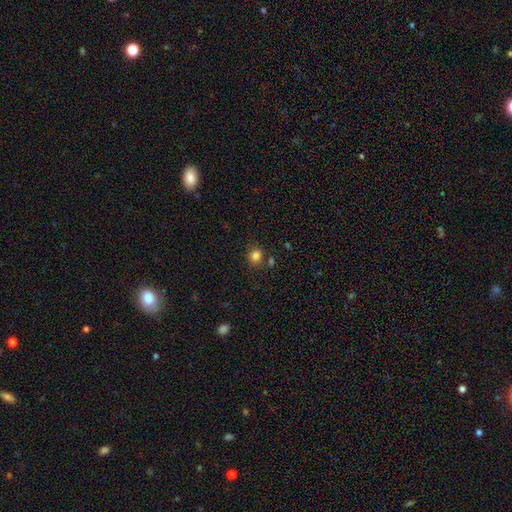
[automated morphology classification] Q: Smooth or featured?
A: smooth (83%); runner-up: star or artifact (12%)
Q: How rounded?
A: round (76%); runner-up: in between (23%)
Q: Merging?
A: none (77%); runner-up: minor disturbance (11%)